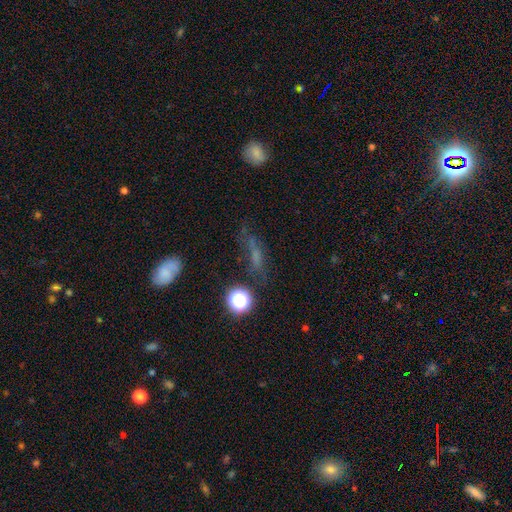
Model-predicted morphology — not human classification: This appears to be a smooth galaxy with no disk features (44%). Merging: none (58%).